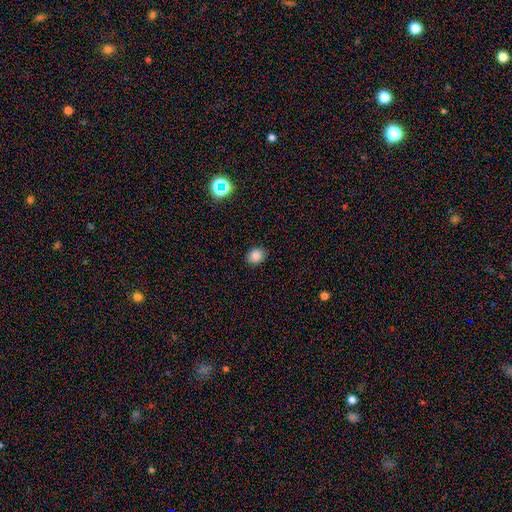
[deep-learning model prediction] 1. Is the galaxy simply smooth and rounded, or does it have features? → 85% smooth, 11% star or artifact, 4% featured or disk.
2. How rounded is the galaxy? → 59% round, 40% in between, 1% cigar-shaped.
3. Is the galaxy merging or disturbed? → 87% none, 9% minor disturbance, 2% major disturbance, 1% merger.